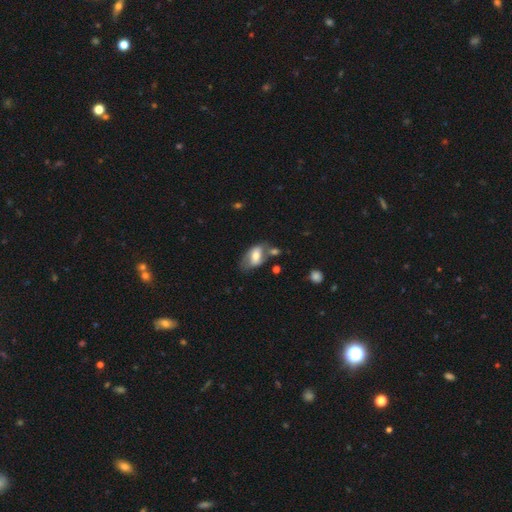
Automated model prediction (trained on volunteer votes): Smooth or featured?
  - smooth: 56% *
  - featured or disk: 37%
  - star or artifact: 7%
How rounded?
  - in between: 89% *
  - round: 7%
  - cigar-shaped: 4%
Merging?
  - none: 44% *
  - minor disturbance: 24%
  - merger: 19%
  - major disturbance: 12%